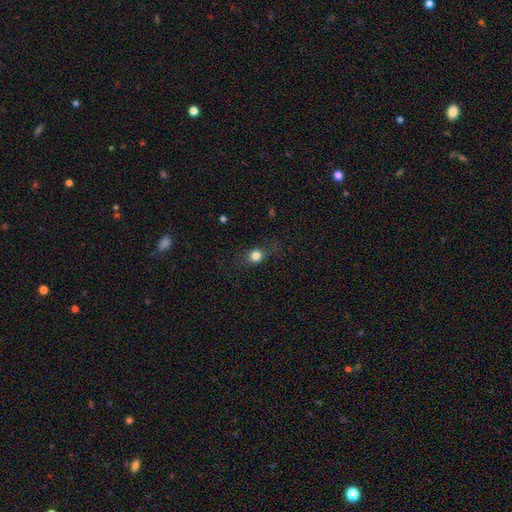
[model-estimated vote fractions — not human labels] Smooth or featured: smooth — 77% (star or artifact — 13%)
How rounded: round — 74% (in between — 23%)
Merging: none — 76% (minor disturbance — 15%)